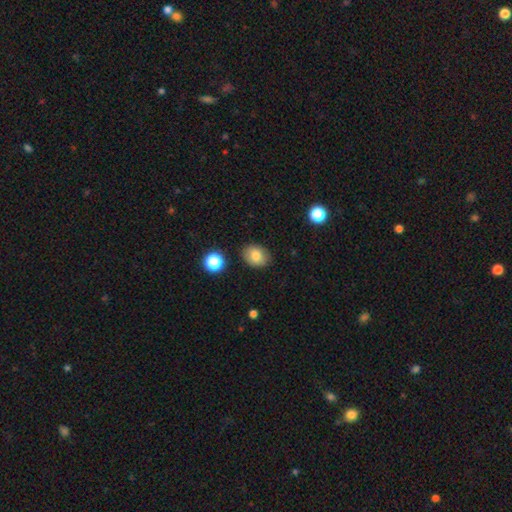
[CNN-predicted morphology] Smooth or featured: smooth — 81% (star or artifact — 10%)
How rounded: in between — 56% (round — 43%)
Merging: none — 85% (minor disturbance — 10%)